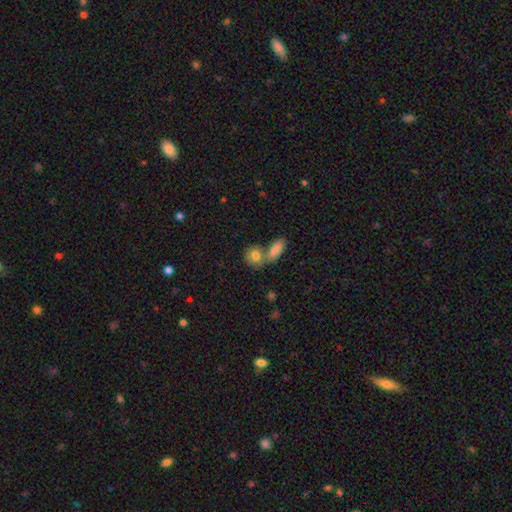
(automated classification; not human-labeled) The model was most divided on "merging": merger: 49%, none: 39%, minor disturbance: 9%, major disturbance: 3%. More confident: smooth or featured — smooth (80%); how rounded — round (56%).